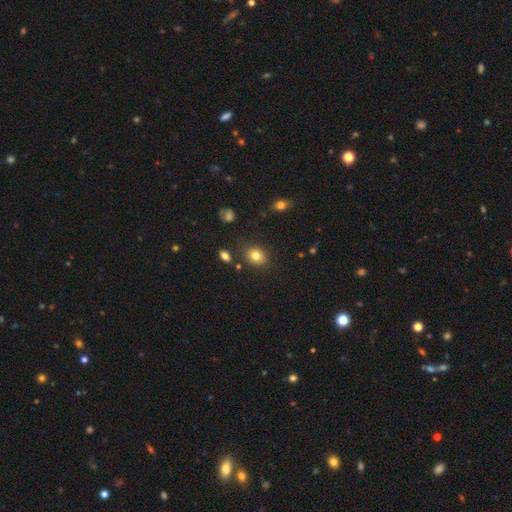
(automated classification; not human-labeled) This appears to be a smooth galaxy with no disk features (81%) that is in between round and cigar-shaped (51%). Merging: none (83%).